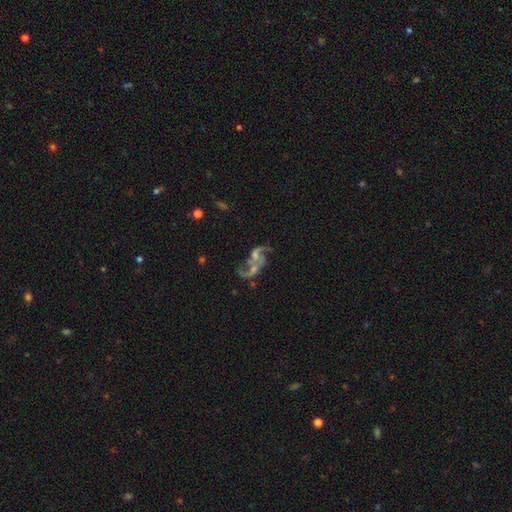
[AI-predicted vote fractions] Smooth or featured: featured or disk — 76% (smooth — 12%)
Edge-on disk: no — 96% (yes — 4%)
Bar: no — 64% (weak — 29%)
Spiral arms: yes — 80% (no — 20%)
Spiral winding: loose — 76% (medium — 19%)
Spiral arm count: 2 — 75% (1 — 9%)
Bulge size: small — 38% (moderate — 34%)
Merging: none — 33% (merger — 30%)